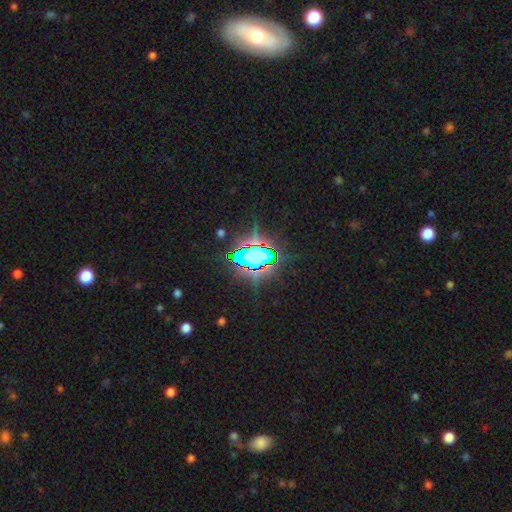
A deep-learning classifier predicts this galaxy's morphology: This is likely a star or artifact rather than a galaxy (68%).